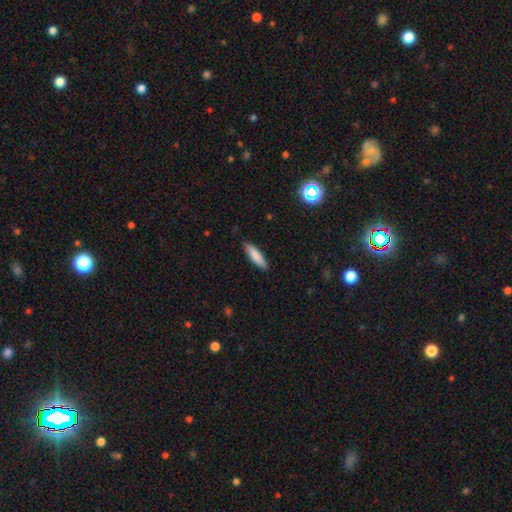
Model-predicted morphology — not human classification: The model was most divided on "how rounded": cigar-shaped: 71%, in between: 27%, round: 1%. More confident: merging — none (88%); smooth or featured — smooth (83%).